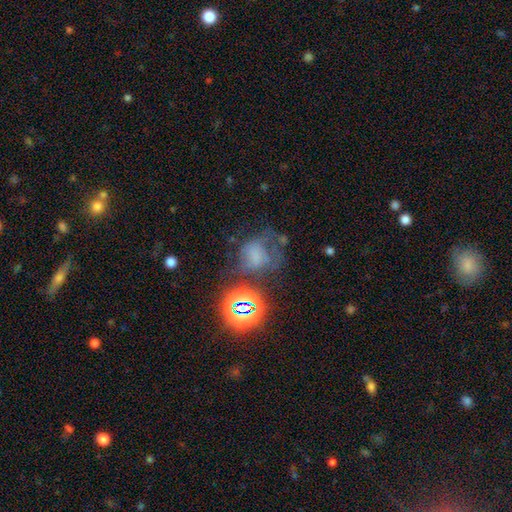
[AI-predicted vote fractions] smooth 46%, star or artifact 30%, featured or disk 24%. Down the decision tree: merging — none (35%).